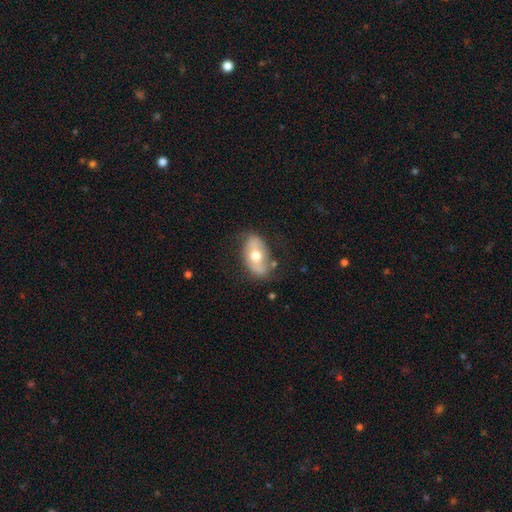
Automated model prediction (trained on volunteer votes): Smooth or featured: smooth — 51% (featured or disk — 43%)
How rounded: in between — 90% (round — 7%)
Merging: none — 72% (minor disturbance — 19%)